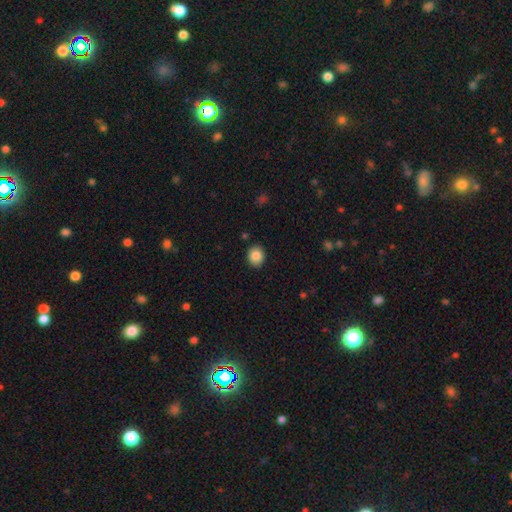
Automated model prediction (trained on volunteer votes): A smooth galaxy with no disk features (86%) that is round (64%). Merging: none (89%).